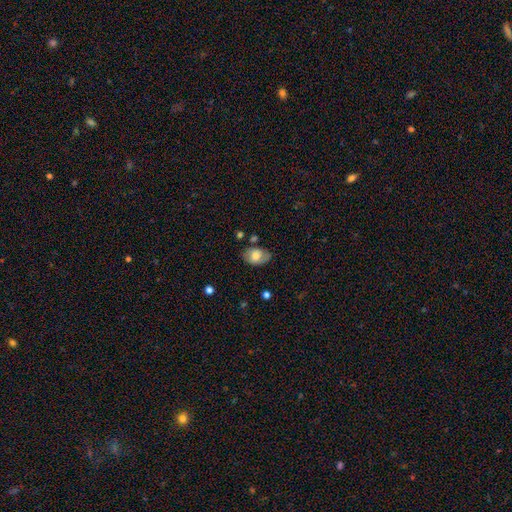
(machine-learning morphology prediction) Smooth or featured? smooth (64%)
How rounded? in between (85%)
Merging? none (67%)